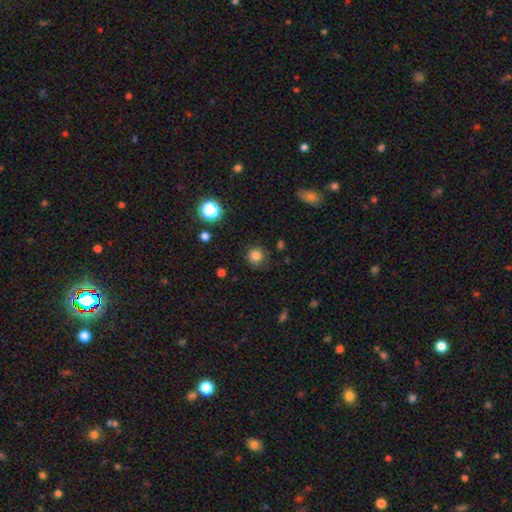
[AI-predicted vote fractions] Q: Smooth or featured?
A: smooth (81%); runner-up: star or artifact (14%)
Q: How rounded?
A: round (93%); runner-up: in between (6%)
Q: Merging?
A: none (85%); runner-up: minor disturbance (10%)